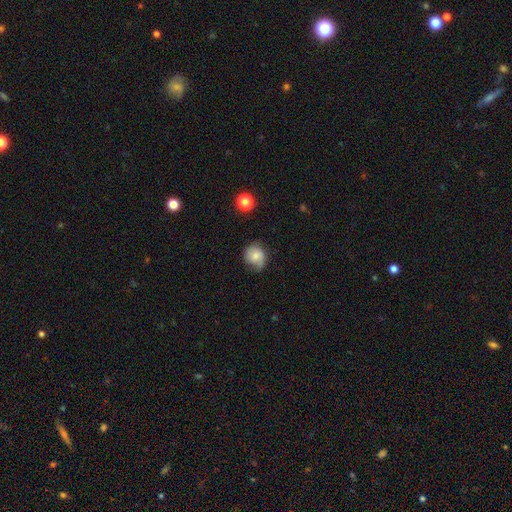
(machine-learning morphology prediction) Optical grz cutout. It shows a smooth galaxy with no disk features (59%) that is round (75%). Merging: none (56%).